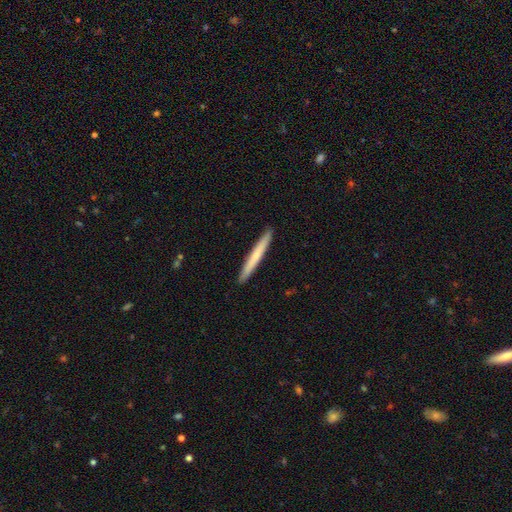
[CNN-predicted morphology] smooth-or-featured: smooth: 66% | featured or disk: 29% | star or artifact: 5%
  how-rounded: cigar-shaped: 97% | in between: 2% | round: 1%
  merging: none: 92% | minor disturbance: 5% | major disturbance: 1% | merger: 1%